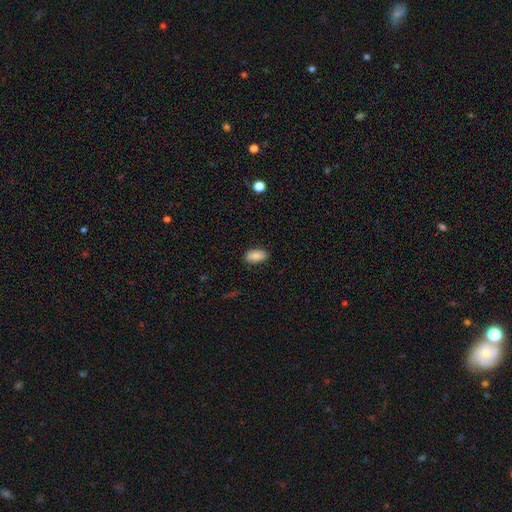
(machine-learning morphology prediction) smooth_or_featured: smooth (p=0.84) [alt: featured or disk p=0.08]
how_rounded: in between (p=0.93) [alt: round p=0.04]
merging: none (p=0.86) [alt: minor disturbance p=0.11]